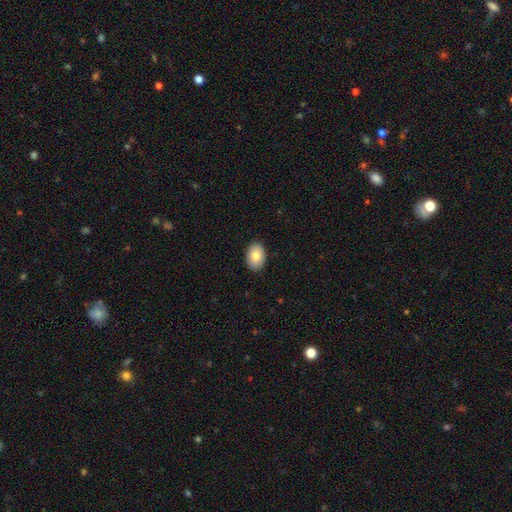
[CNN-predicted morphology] A smooth galaxy with no disk features (84%) that is in between round and cigar-shaped (83%).

Vote fractions:
- Smooth or featured? smooth: 84% / featured or disk: 10% / star or artifact: 7%
- How rounded? in between: 83% / round: 16% / cigar-shaped: 1%
- Merging? none: 89% / minor disturbance: 8% / major disturbance: 2% / merger: 1%